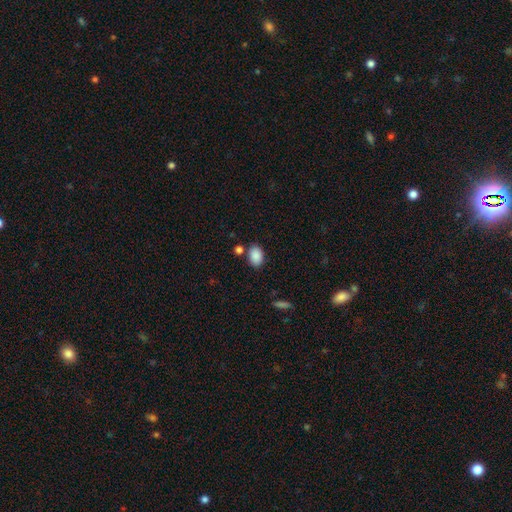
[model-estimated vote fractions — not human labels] The model was most divided on "merging": none: 77%, minor disturbance: 12%, merger: 8%, major disturbance: 3%. More confident: smooth or featured — smooth (89%); how rounded — in between (85%).